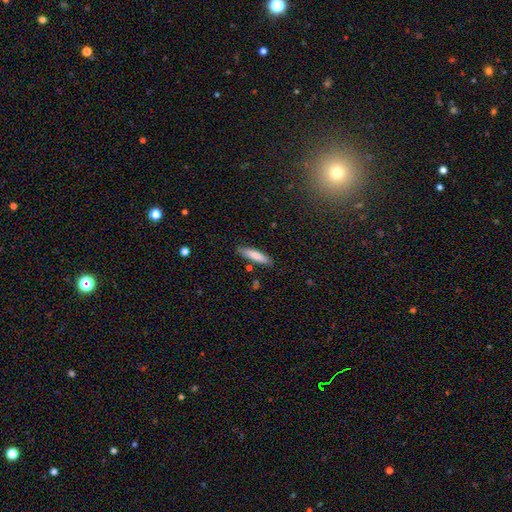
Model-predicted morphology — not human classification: This appears to be a smooth galaxy with no disk features (79%) that is cigar-shaped (78%). Merging: none (84%).